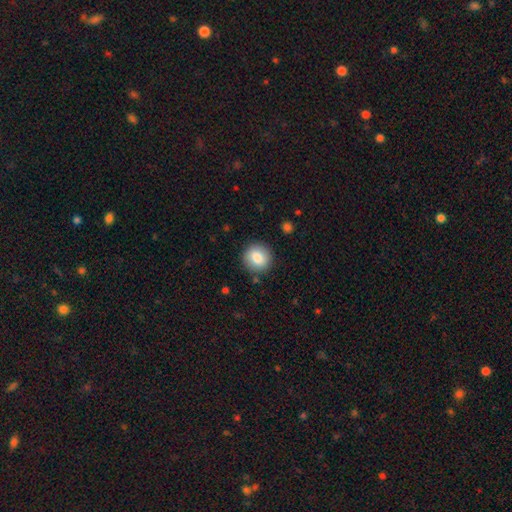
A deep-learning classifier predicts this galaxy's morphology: Q: Smooth or featured?
A: smooth (82%); runner-up: featured or disk (9%)
Q: How rounded?
A: round (90%); runner-up: in between (9%)
Q: Merging?
A: none (89%); runner-up: minor disturbance (8%)